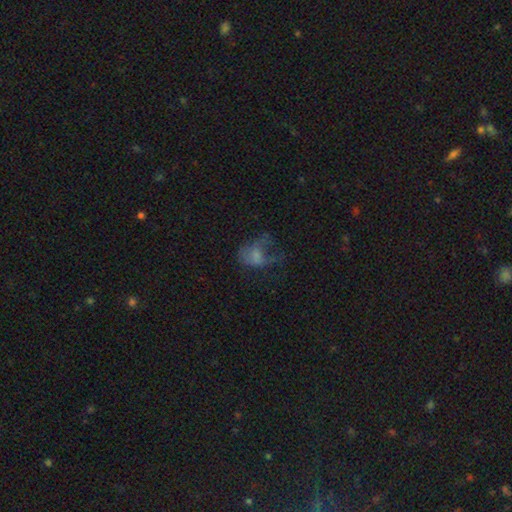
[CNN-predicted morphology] smooth_or_featured: smooth (p=0.51) [alt: featured or disk p=0.33]
how_rounded: in between (p=0.68) [alt: round p=0.30]
merging: major disturbance (p=0.54) [alt: none p=0.23]